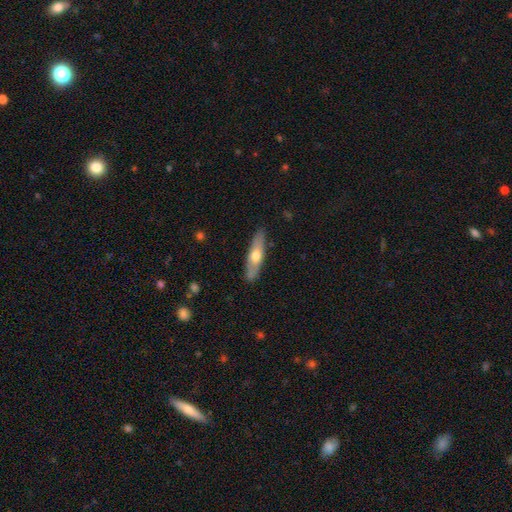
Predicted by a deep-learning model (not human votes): Overall: smooth (51%; featured or disk 44%). How rounded: cigar-shaped (66%; in between 32%). Merging: none (86%).